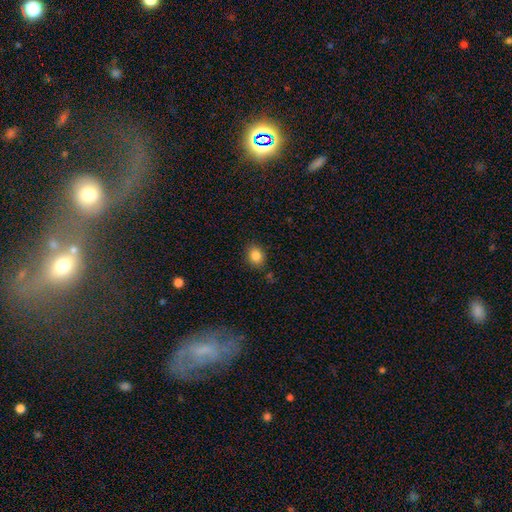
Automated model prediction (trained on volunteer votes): Q: Smooth or featured?
A: smooth (85%); runner-up: star or artifact (10%)
Q: How rounded?
A: in between (54%); runner-up: round (45%)
Q: Merging?
A: none (84%); runner-up: minor disturbance (11%)